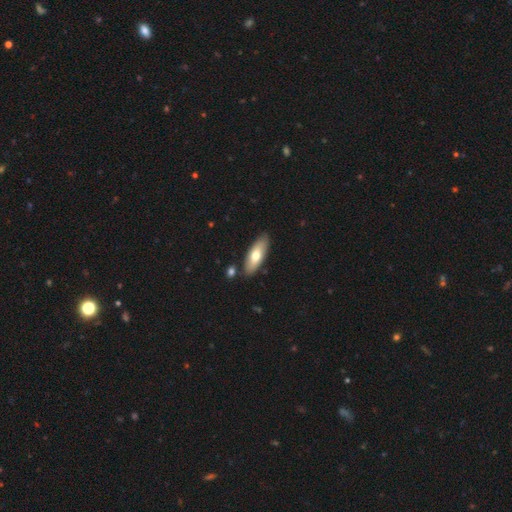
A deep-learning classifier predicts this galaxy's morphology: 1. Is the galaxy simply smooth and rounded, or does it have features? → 66% smooth, 28% featured or disk, 6% star or artifact.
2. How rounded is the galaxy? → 68% in between, 30% cigar-shaped, 2% round.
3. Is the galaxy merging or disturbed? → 83% none, 10% minor disturbance, 4% merger, 2% major disturbance.